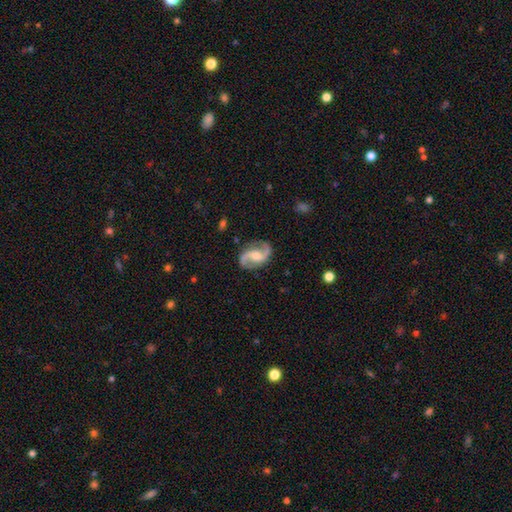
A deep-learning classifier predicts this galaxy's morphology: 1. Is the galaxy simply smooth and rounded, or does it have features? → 90% featured or disk, 5% smooth, 4% star or artifact.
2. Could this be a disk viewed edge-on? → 98% no, 2% yes.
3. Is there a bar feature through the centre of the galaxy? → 44% no, 41% weak, 15% strong.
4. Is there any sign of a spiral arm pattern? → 98% yes, 2% no.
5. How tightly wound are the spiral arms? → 47% medium, 43% loose, 10% tight.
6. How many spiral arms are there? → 94% 2, 2% can't tell, 1% 1, 1% 3, 1% 4, 1% more than 4.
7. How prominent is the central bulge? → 51% moderate, 30% small, 9% large, 9% none, 2% dominant.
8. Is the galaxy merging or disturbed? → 83% none, 12% minor disturbance, 4% major disturbance, 1% merger.